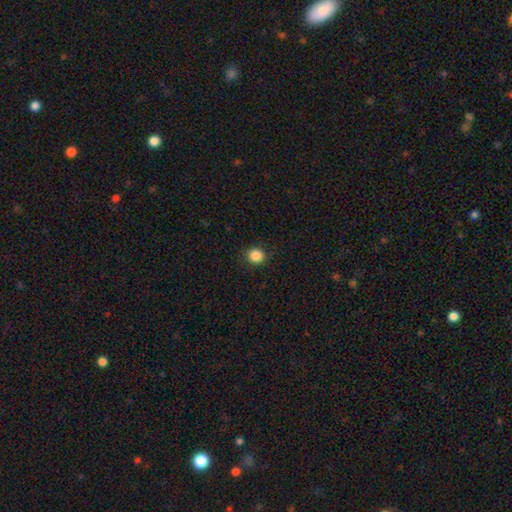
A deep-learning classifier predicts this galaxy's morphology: This is clearly a smooth galaxy (86%). How rounded: clearly round (89%). Merging: clearly none (90%).